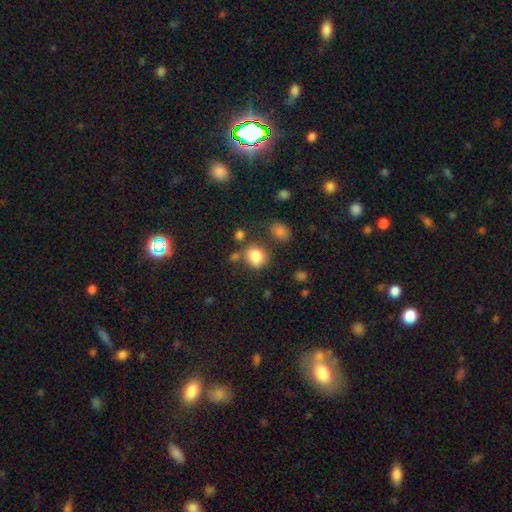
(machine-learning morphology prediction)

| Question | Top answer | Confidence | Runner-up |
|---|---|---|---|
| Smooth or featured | smooth | 83% | star or artifact (11%) |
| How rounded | round | 71% | in between (28%) |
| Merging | none | 63% | minor disturbance (18%) |